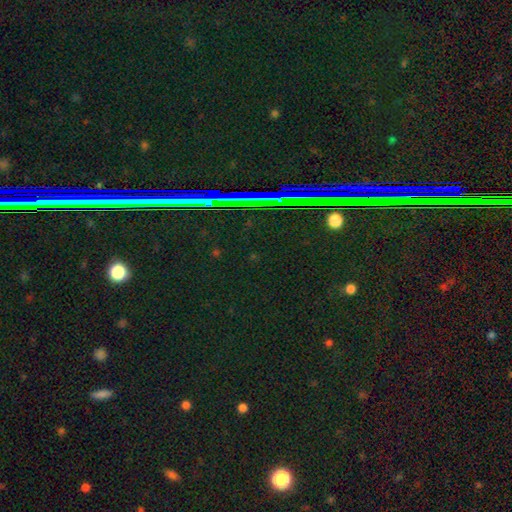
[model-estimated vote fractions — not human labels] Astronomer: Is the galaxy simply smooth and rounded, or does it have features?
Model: star or artifact — 83%.